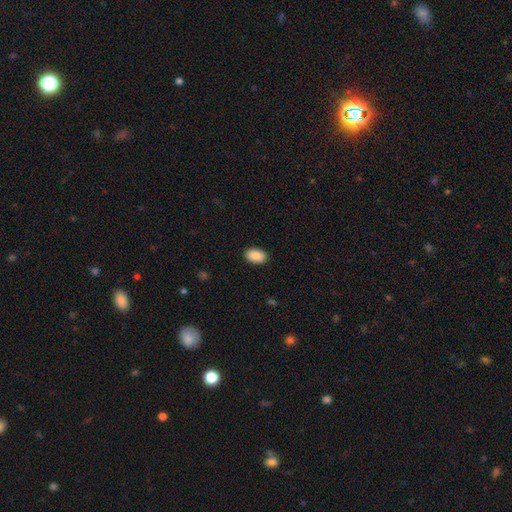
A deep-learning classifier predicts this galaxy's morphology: type=smooth (91%); roundness=in between (91%); merging=none (90%).